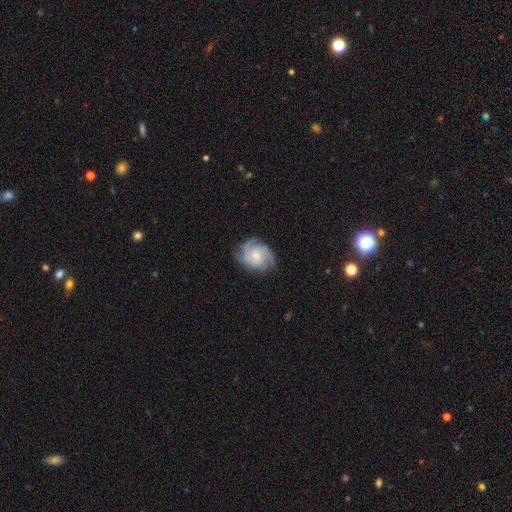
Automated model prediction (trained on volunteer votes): Morphology: type=featured or disk (75%); edge-on=no (98%); bar=no (69%); spiral arms=yes (95%); winding=tight (46%); arm count=3 (43%); bulge=small (51%); merging=none (72%).